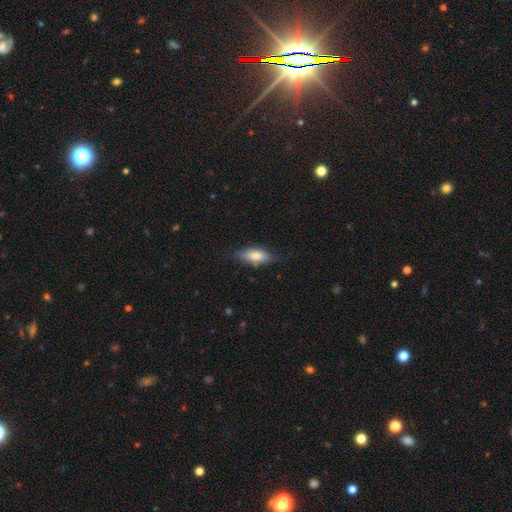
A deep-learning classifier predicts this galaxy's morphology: This appears to be a smooth galaxy with no disk features (72%) that is in between round and cigar-shaped (75%). Merging: none (75%).